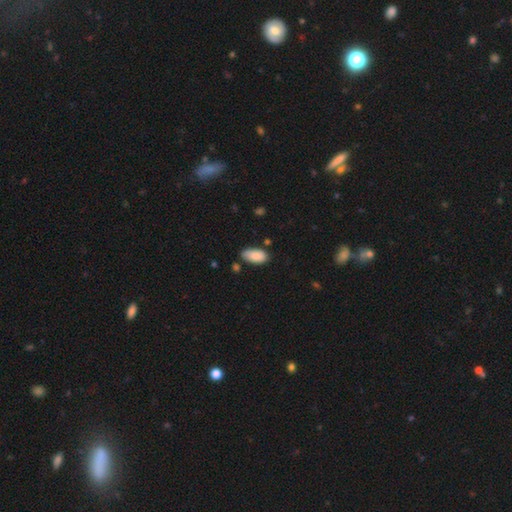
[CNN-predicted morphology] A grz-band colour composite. It shows a smooth galaxy with no disk features (89%) that is in between round and cigar-shaped (93%). Merging: none (74%).